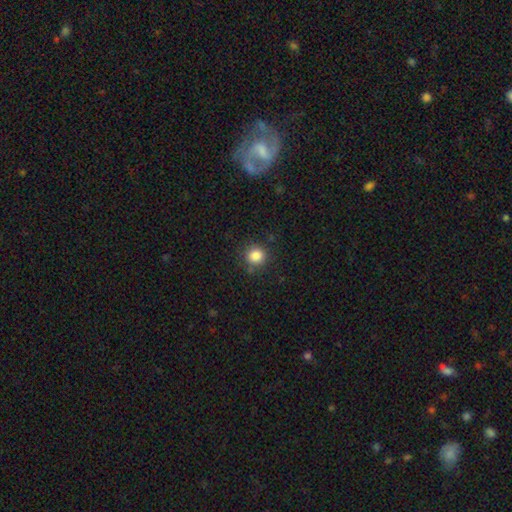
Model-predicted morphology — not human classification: Smooth or featured: smooth — 84% (star or artifact — 11%)
How rounded: round — 91% (in between — 8%)
Merging: none — 84% (minor disturbance — 10%)